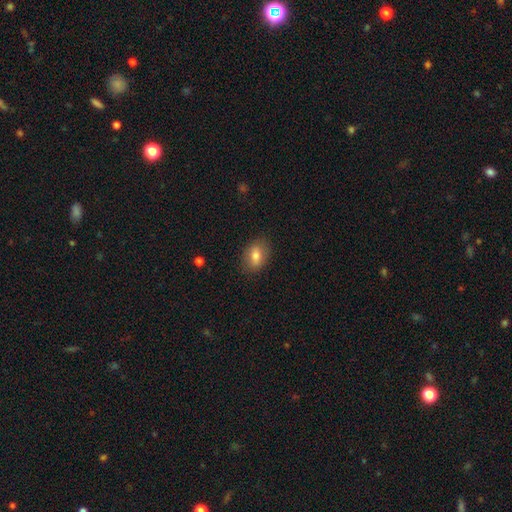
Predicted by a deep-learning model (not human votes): smooth_or_featured: smooth (p=0.76) [alt: featured or disk p=0.16]
how_rounded: in between (p=0.81) [alt: round p=0.16]
merging: none (p=0.84) [alt: minor disturbance p=0.12]